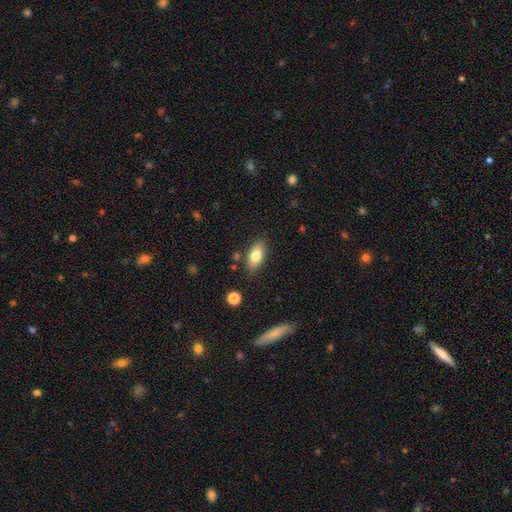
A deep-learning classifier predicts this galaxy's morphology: A smooth galaxy with no disk features (79%) that is in between round and cigar-shaped (89%).

Vote fractions:
- Smooth or featured? smooth: 79% / featured or disk: 13% / star or artifact: 7%
- How rounded? in between: 89% / cigar-shaped: 7% / round: 4%
- Merging? none: 82% / minor disturbance: 12% / merger: 3% / major disturbance: 3%